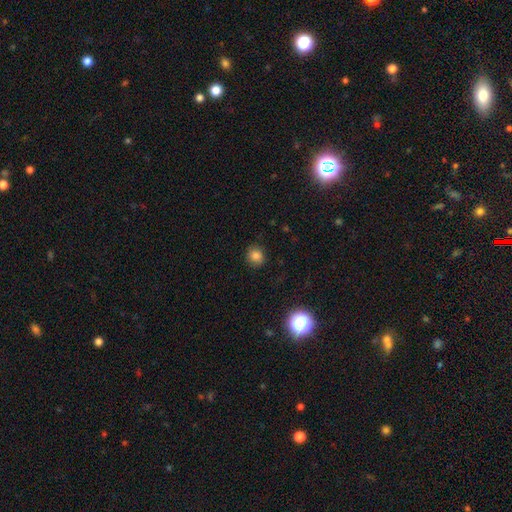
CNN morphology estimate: Smooth or featured? Predicted: smooth (p=0.81). How rounded? Predicted: round (p=0.80). Merging? Predicted: none (p=0.85).